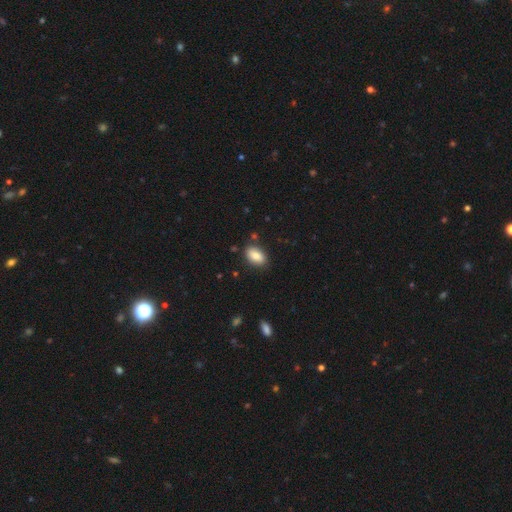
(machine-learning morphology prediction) This appears to be a smooth galaxy with no disk features (85%) that is in between round and cigar-shaped (92%). Merging: none (83%).